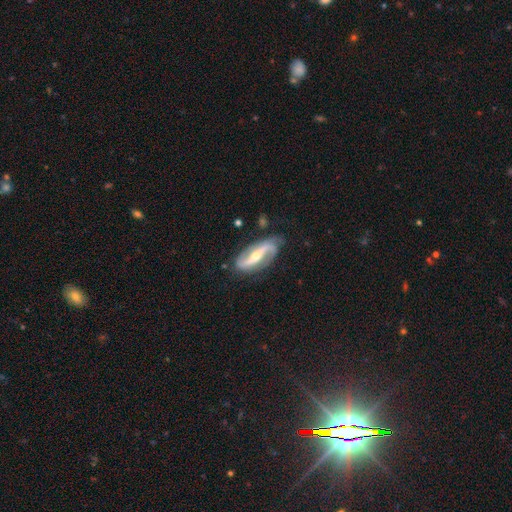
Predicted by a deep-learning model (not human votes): smooth-or-featured: featured or disk: 88% | smooth: 7% | star or artifact: 4%
  disk-edge-on: no: 92% | yes: 8%
    bar: strong: 59% | weak: 21% | no: 19%
    has-spiral-arms: yes: 95% | no: 5%
      spiral-winding: loose: 45% | medium: 36% | tight: 19%
      spiral-arm-count: 2: 92% | can't tell: 3% | 1: 2% | 3: 1% | 4: 1% | more than 4: 1%
    bulge-size: moderate: 51% | small: 45% | large: 2% | none: 1% | dominant: 1%
  merging: none: 76% | minor disturbance: 16% | major disturbance: 5% | merger: 2%